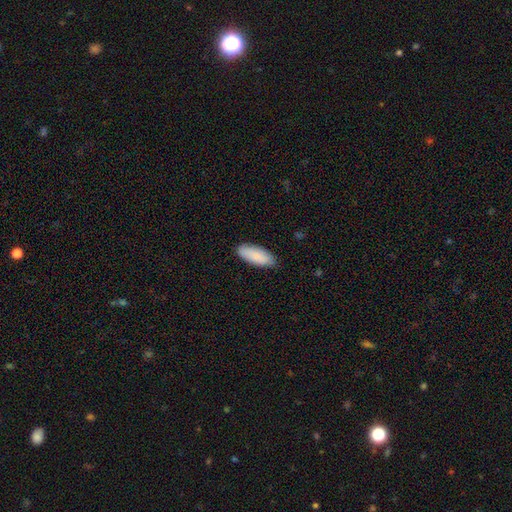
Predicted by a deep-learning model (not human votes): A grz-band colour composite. It shows a smooth galaxy with no disk features (89%) that is in between round and cigar-shaped (79%). Merging: none (86%).